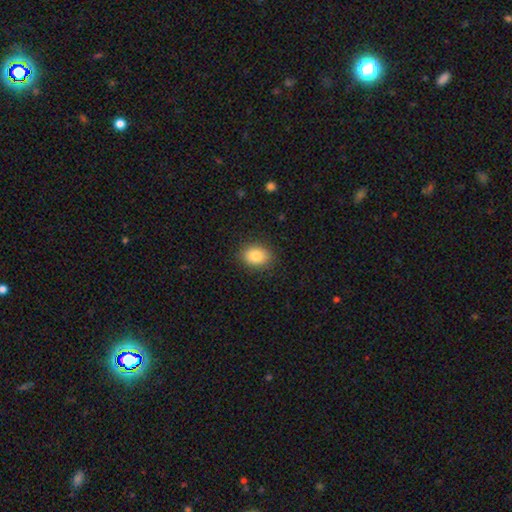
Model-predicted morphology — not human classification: Overall: smooth (83%). How rounded: in between (66%; round 33%). Merging: none (88%).